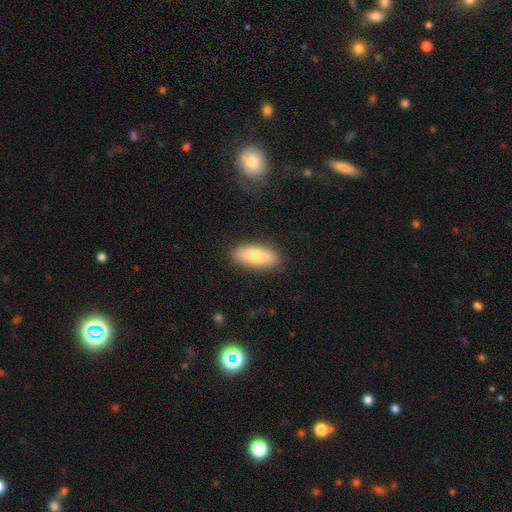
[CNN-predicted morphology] A smooth galaxy with no disk features (73%) that is in between round and cigar-shaped (81%).

Vote fractions:
- Smooth or featured? smooth: 73% / featured or disk: 21% / star or artifact: 6%
- How rounded? in between: 81% / cigar-shaped: 16% / round: 3%
- Merging? none: 86% / minor disturbance: 10% / major disturbance: 3% / merger: 1%